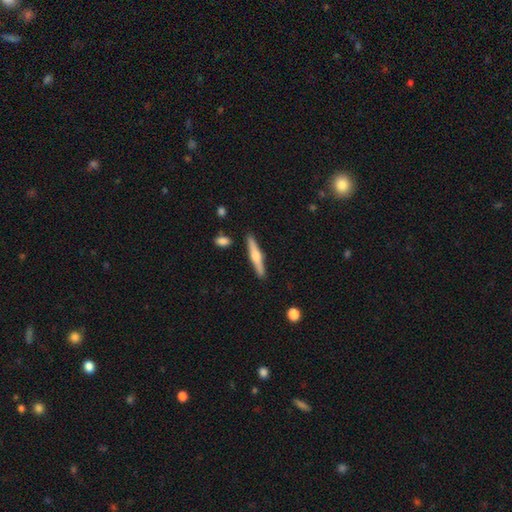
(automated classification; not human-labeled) A featured or disk galaxy (56%) viewed edge-on (97%) with a rounded central bulge (85%). Merging: none (89%).